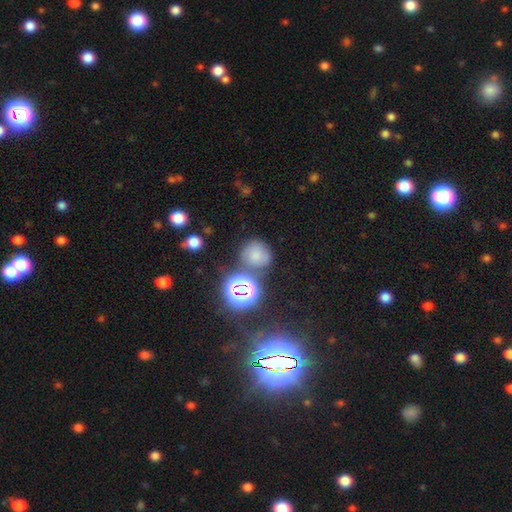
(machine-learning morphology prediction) smooth_or_featured: smooth (p=0.67) [alt: star or artifact p=0.23]
how_rounded: round (p=0.87) [alt: in between p=0.12]
merging: none (p=0.63) [alt: minor disturbance p=0.15]